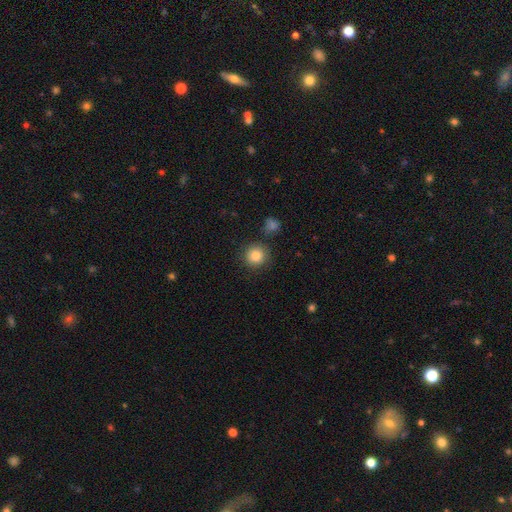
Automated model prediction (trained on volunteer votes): Smooth or featured? smooth (84%)
How rounded? round (93%)
Merging? none (85%)